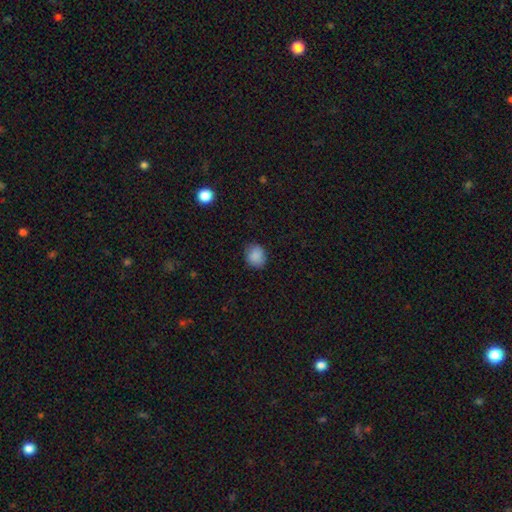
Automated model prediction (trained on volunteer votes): smooth-or-featured: smooth: 87% | star or artifact: 9% | featured or disk: 4%
  how-rounded: round: 69% | in between: 31% | cigar-shaped: 1%
  merging: none: 83% | minor disturbance: 13% | major disturbance: 3% | merger: 1%